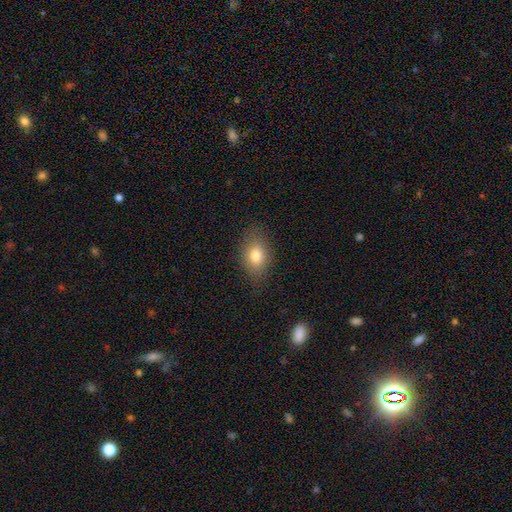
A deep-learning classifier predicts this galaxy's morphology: The model was most divided on "how rounded": in between: 78%, round: 20%, cigar-shaped: 2%. More confident: merging — none (80%); smooth or featured — smooth (80%).